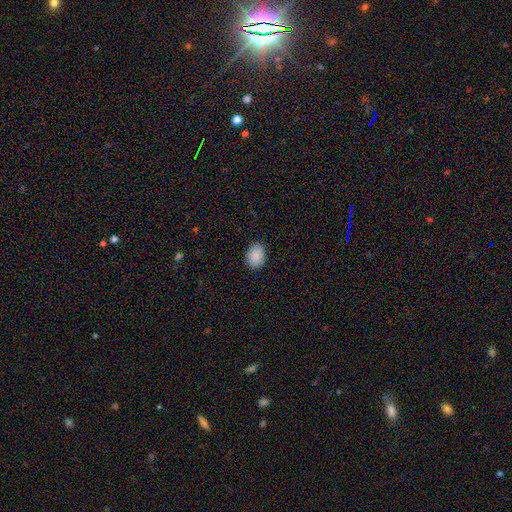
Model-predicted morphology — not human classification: The model was most divided on "how rounded": in between: 66%, round: 33%, cigar-shaped: 1%. More confident: smooth or featured — smooth (89%); merging — none (87%).